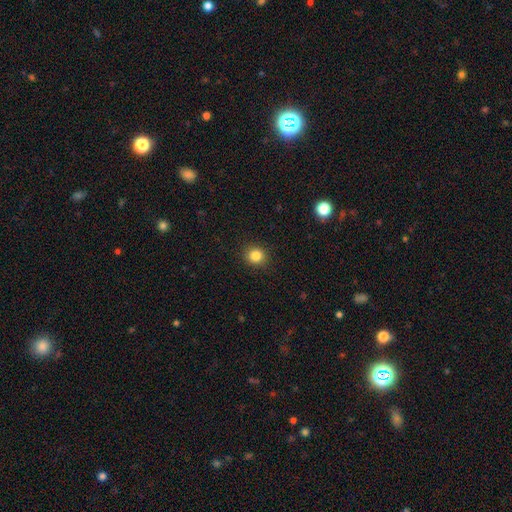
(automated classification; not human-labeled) Smooth or featured? smooth (84%)
How rounded? round (84%)
Merging? none (90%)